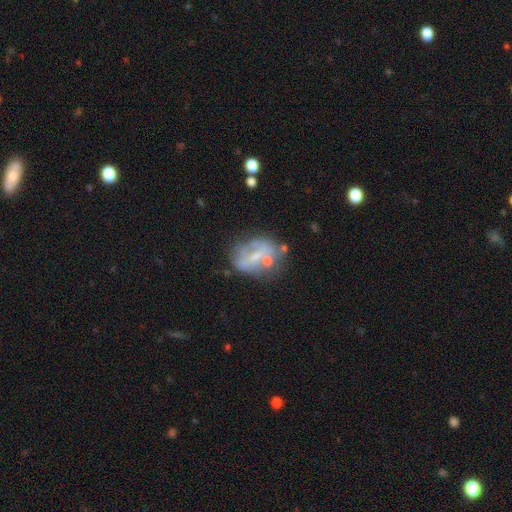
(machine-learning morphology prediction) A featured or disk galaxy (58%) with no bar (65%), no spiral arms (80%) and a small central bulge (40%).

Vote fractions:
- Smooth or featured? featured or disk: 58% / smooth: 31% / star or artifact: 12%
- Edge-on disk? no: 97% / yes: 3%
- Bar? no: 65% / weak: 26% / strong: 10%
- Spiral arms? no: 80% / yes: 20%
- Bulge size? small: 40% / moderate: 29% / none: 28% / large: 2% / dominant: 1%
- Merging? none: 42% / minor disturbance: 23% / major disturbance: 19% / merger: 16%